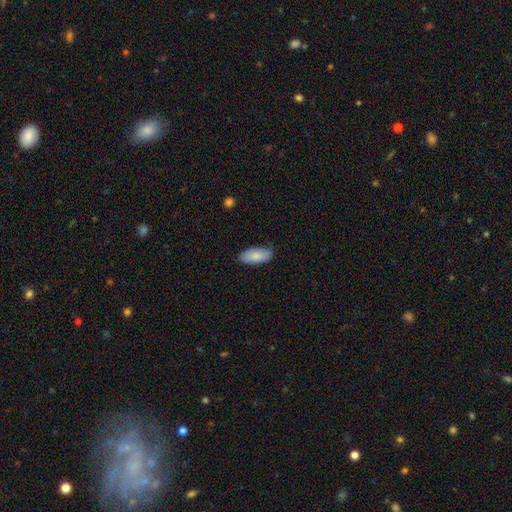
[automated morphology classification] Smooth or featured: smooth — 85% (featured or disk — 10%)
How rounded: in between — 89% (cigar-shaped — 9%)
Merging: none — 83% (minor disturbance — 14%)